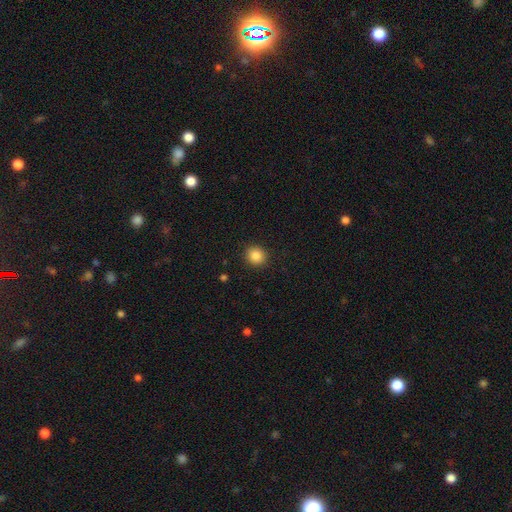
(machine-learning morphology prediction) This is clearly a smooth galaxy (87%). How rounded: clearly round (83%). Merging: clearly none (90%).